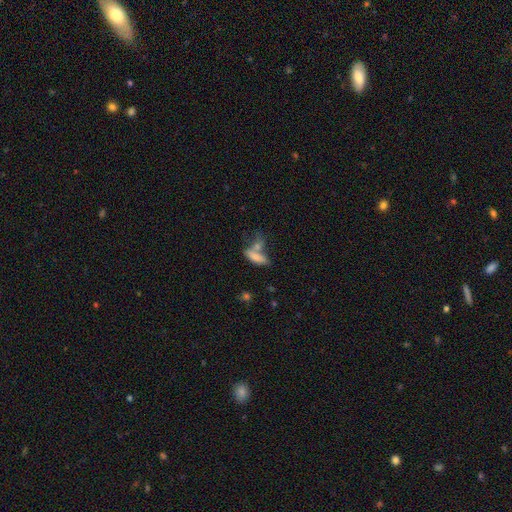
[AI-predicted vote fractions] Morphology: type=smooth (75%); roundness=in between (64%); merging=merger (47%).